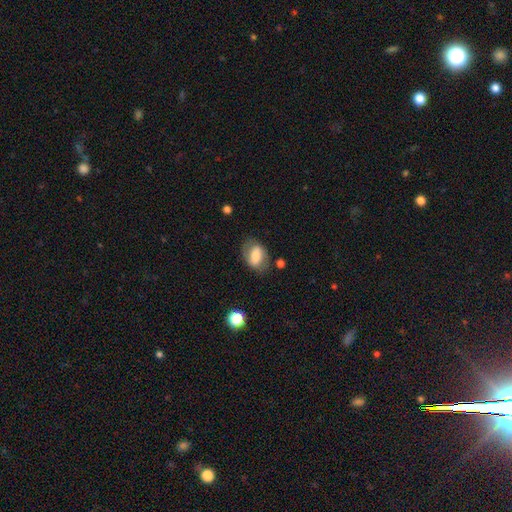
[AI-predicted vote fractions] smooth 62%, featured or disk 30%, star or artifact 8%. Down the decision tree: how rounded — in between (83%); merging — none (69%).